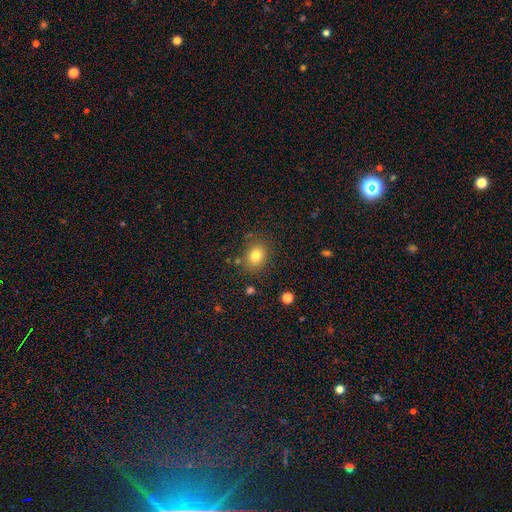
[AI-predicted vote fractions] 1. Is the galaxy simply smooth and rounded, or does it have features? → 80% smooth, 12% star or artifact, 8% featured or disk.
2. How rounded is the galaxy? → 54% round, 45% in between, 1% cigar-shaped.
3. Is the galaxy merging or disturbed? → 81% none, 12% minor disturbance, 4% major disturbance, 3% merger.